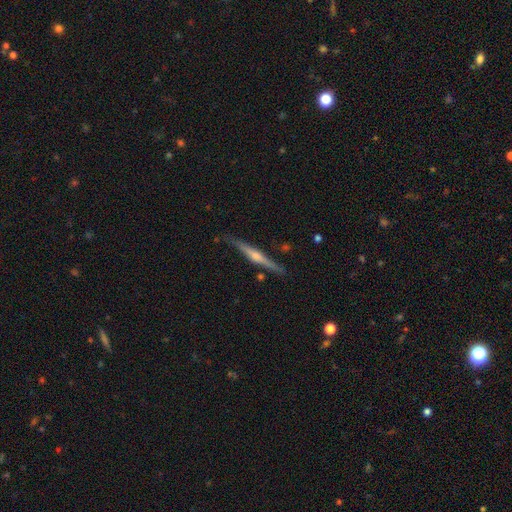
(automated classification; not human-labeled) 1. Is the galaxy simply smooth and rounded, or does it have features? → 76% featured or disk, 19% smooth, 5% star or artifact.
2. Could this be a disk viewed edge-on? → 98% yes, 2% no.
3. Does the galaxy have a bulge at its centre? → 82% rounded, 11% none, 7% boxy.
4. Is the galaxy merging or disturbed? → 84% none, 12% minor disturbance, 2% merger, 2% major disturbance.